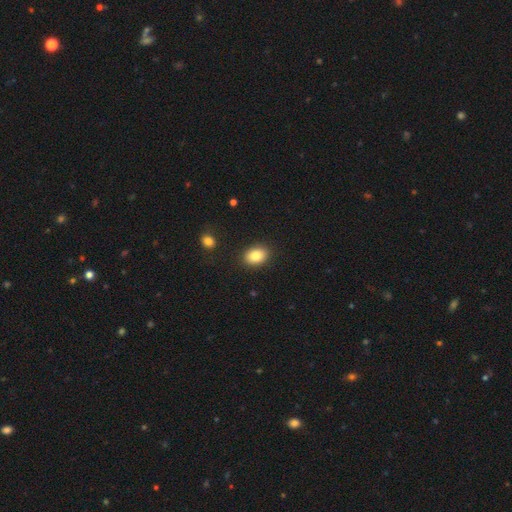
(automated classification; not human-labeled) smooth 85%, star or artifact 8%, featured or disk 7%. Down the decision tree: how rounded — in between (73%); merging — none (88%).